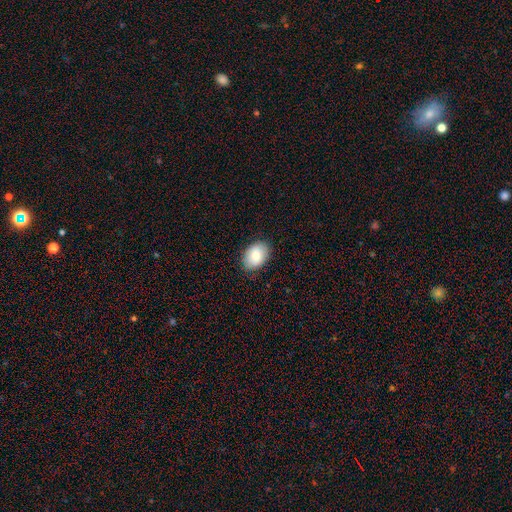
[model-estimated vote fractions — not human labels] Morphology: type=smooth (83%); roundness=in between (82%); merging=none (84%).